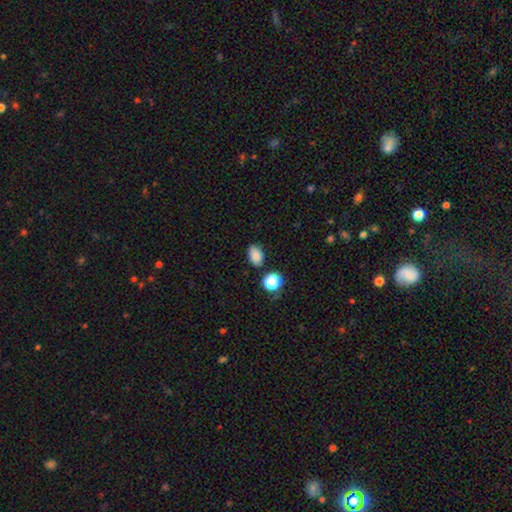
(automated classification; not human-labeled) Q: Smooth or featured?
A: smooth (84%); runner-up: star or artifact (11%)
Q: How rounded?
A: in between (82%); runner-up: round (16%)
Q: Merging?
A: none (80%); runner-up: minor disturbance (12%)